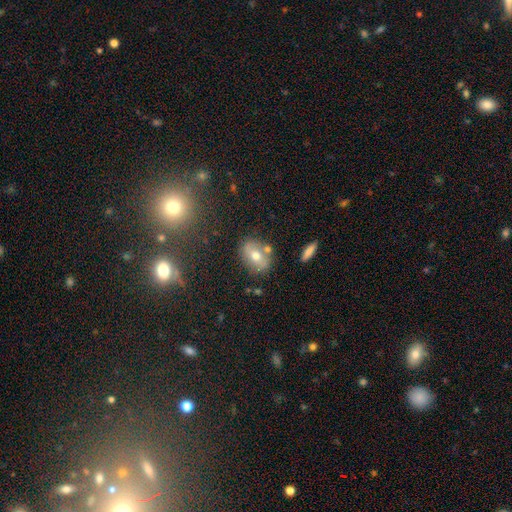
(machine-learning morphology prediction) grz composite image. It shows a smooth galaxy with no disk features (60%) that is in between round and cigar-shaped (69%). Merging: none (74%).